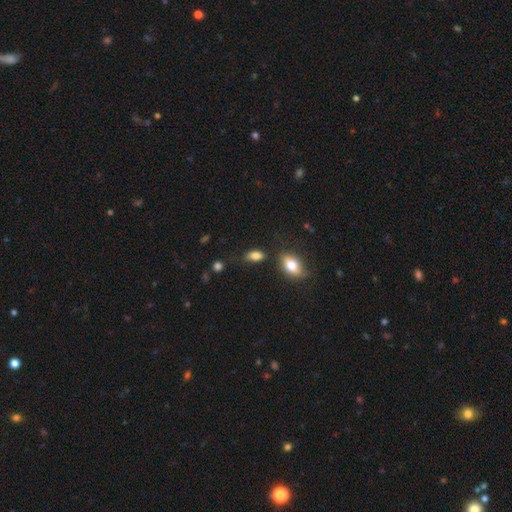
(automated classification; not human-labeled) Q: Smooth or featured?
A: smooth (83%); runner-up: star or artifact (10%)
Q: How rounded?
A: in between (88%); runner-up: round (7%)
Q: Merging?
A: none (69%); runner-up: minor disturbance (19%)